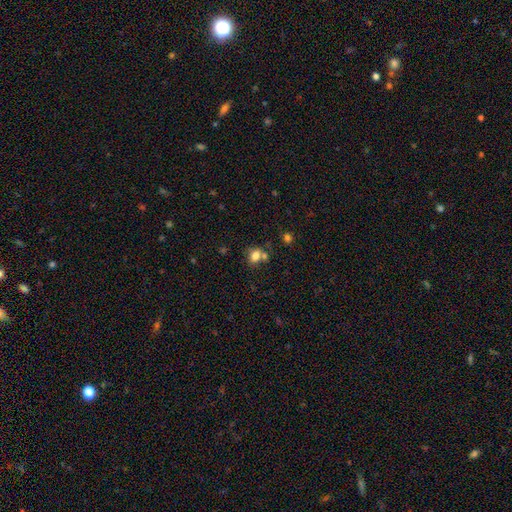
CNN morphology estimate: Smooth or featured? Predicted: smooth (p=0.77). How rounded? Predicted: in between (p=0.52). Merging? Predicted: none (p=0.54).